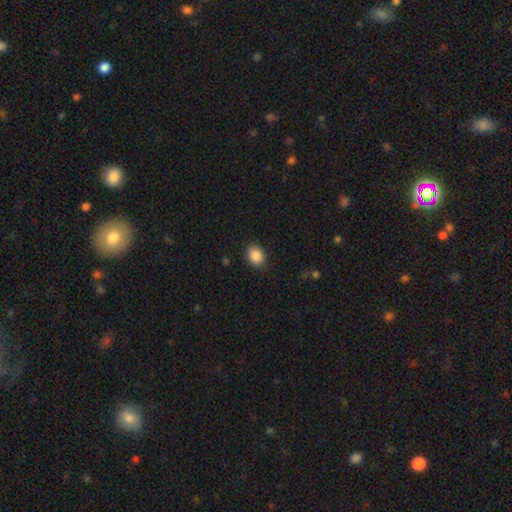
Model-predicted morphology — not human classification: Smooth or featured? Predicted: smooth (p=0.88). How rounded? Predicted: round (p=0.52). Merging? Predicted: none (p=0.87).